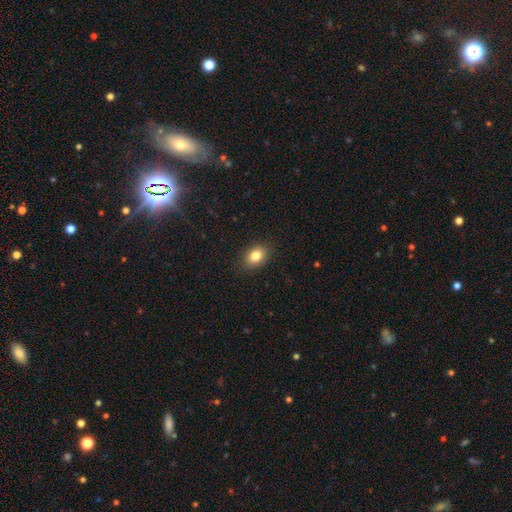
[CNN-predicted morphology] This appears to be a smooth galaxy with no disk features (83%) that is in between round and cigar-shaped (76%). Merging: none (88%).